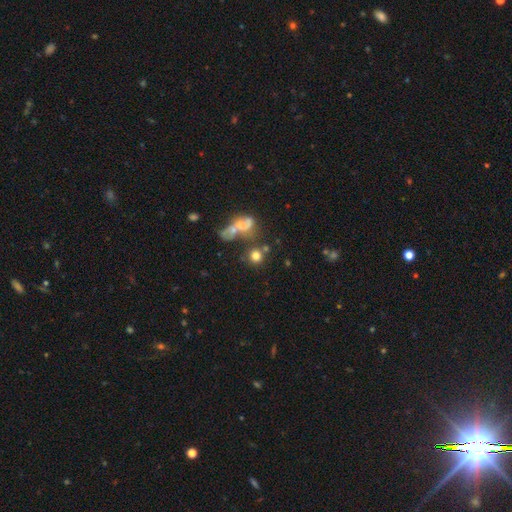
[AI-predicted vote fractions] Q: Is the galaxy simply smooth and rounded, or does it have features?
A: smooth — 75%.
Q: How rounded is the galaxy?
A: round — 85%.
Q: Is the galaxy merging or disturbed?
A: none — 57%.